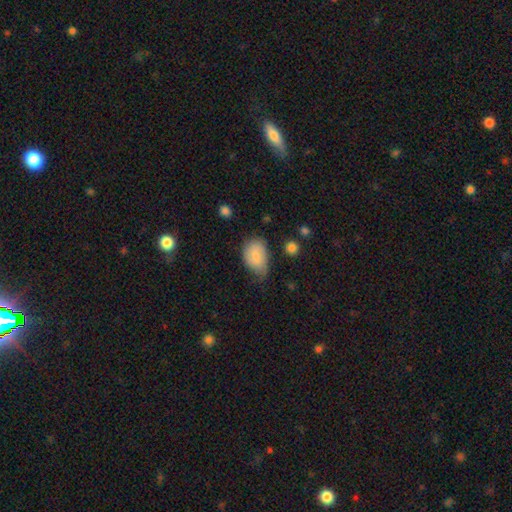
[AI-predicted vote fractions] Smooth or featured?
  - smooth: 78% *
  - featured or disk: 15%
  - star or artifact: 7%
How rounded?
  - in between: 83% *
  - round: 15%
  - cigar-shaped: 1%
Merging?
  - none: 43% *
  - minor disturbance: 42%
  - major disturbance: 12%
  - merger: 3%